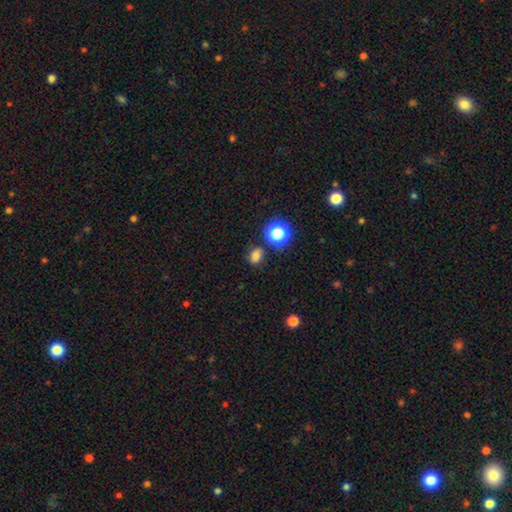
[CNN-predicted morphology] A smooth galaxy with no disk features (74%) that is in between round and cigar-shaped (56%). Merging: none (76%).